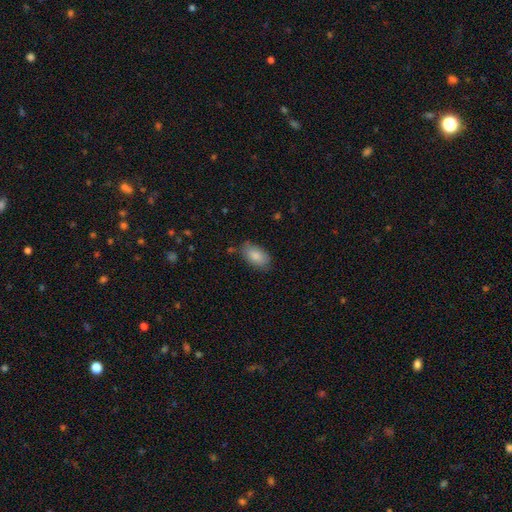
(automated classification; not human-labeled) Morphology: type=smooth (86%); roundness=in between (93%); merging=none (74%).